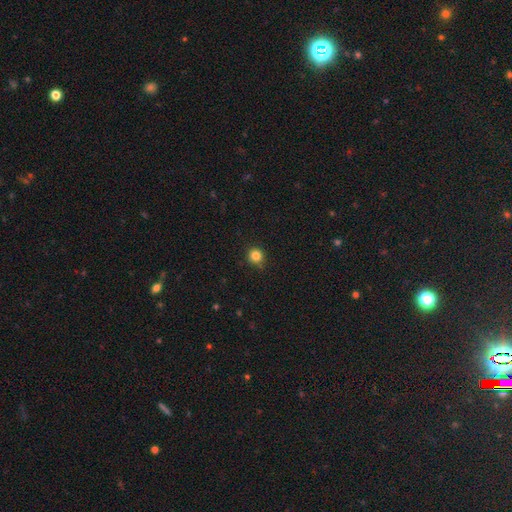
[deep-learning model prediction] Q: Smooth or featured?
A: smooth (83%); runner-up: star or artifact (12%)
Q: How rounded?
A: round (92%); runner-up: in between (7%)
Q: Merging?
A: none (86%); runner-up: minor disturbance (10%)